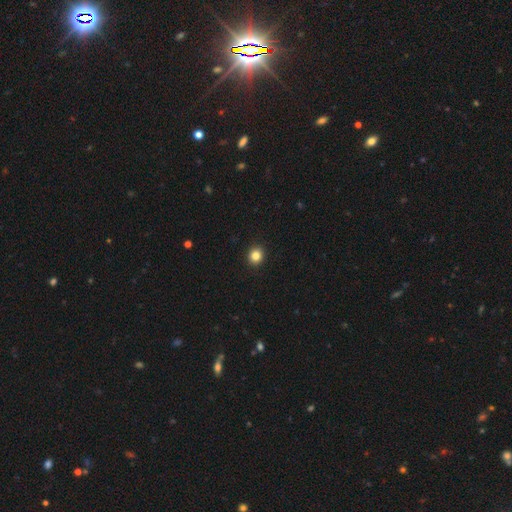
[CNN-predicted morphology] smooth-or-featured: smooth: 84% | star or artifact: 11% | featured or disk: 5%
  how-rounded: round: 84% | in between: 15% | cigar-shaped: 1%
  merging: none: 93% | minor disturbance: 5% | major disturbance: 2% | merger: 1%